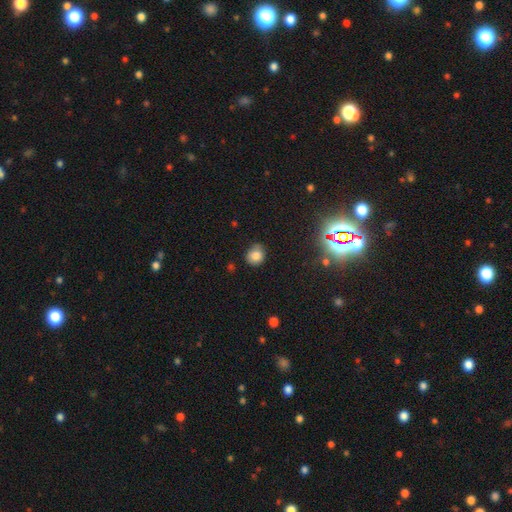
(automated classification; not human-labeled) smooth_or_featured: smooth (p=0.80) [alt: star or artifact p=0.13]
how_rounded: round (p=0.74) [alt: in between p=0.25]
merging: none (p=0.73) [alt: minor disturbance p=0.22]